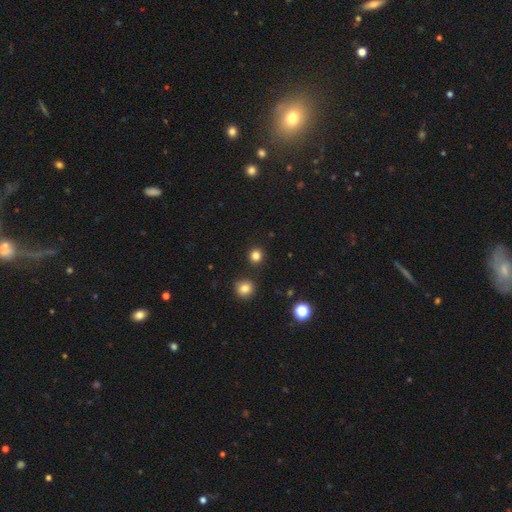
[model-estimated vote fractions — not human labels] Smooth or featured? Predicted: smooth (p=0.82). How rounded? Predicted: round (p=0.92). Merging? Predicted: none (p=0.90).